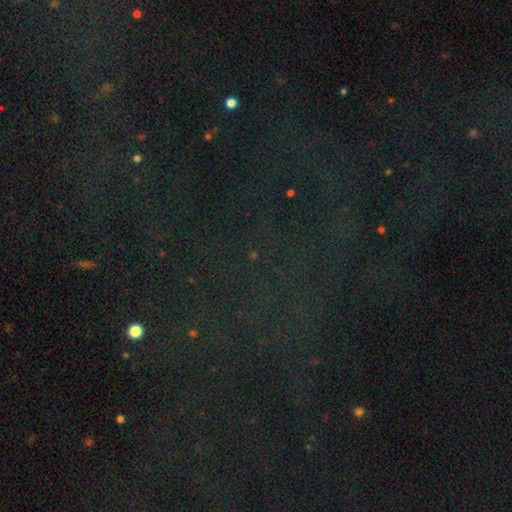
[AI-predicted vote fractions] smooth_or_featured: star or artifact (p=0.80) [alt: smooth p=0.12]